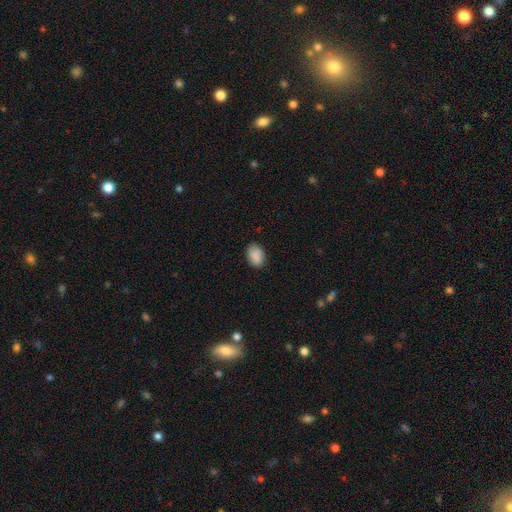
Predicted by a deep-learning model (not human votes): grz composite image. It shows a smooth galaxy with no disk features (89%) that is in between round and cigar-shaped (83%). Merging: none (82%).